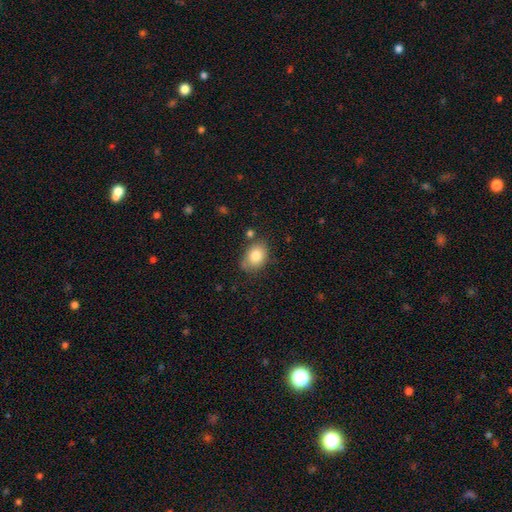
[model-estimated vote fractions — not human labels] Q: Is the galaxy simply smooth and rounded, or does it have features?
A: smooth — 82%.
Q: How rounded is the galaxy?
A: in between — 66%.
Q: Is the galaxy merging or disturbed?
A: none — 72%.